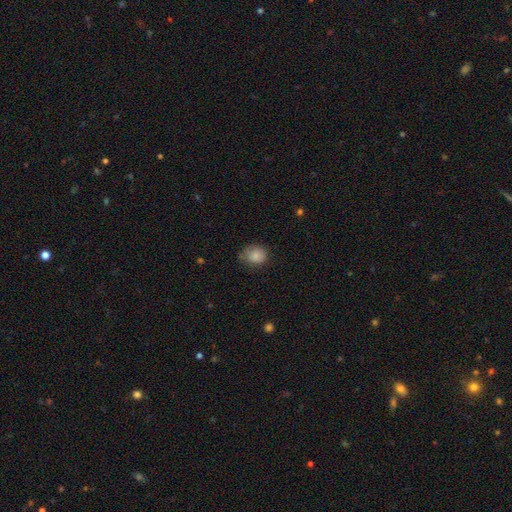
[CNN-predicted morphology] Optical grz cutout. It shows a smooth galaxy with no disk features (85%) that is round (68%). Merging: none (59%).